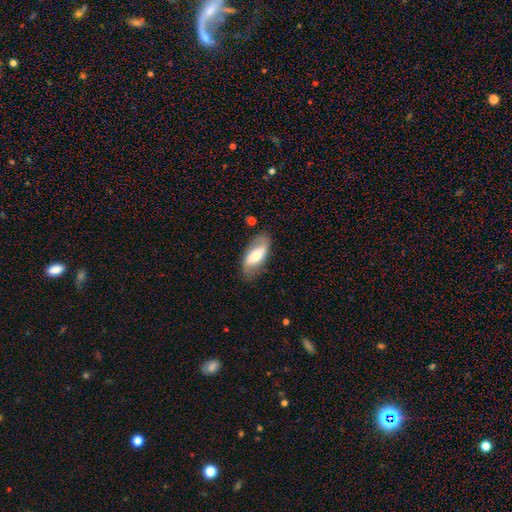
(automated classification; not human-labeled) A smooth galaxy with no disk features (54%) that is in between round and cigar-shaped (86%). Merging: none (72%).